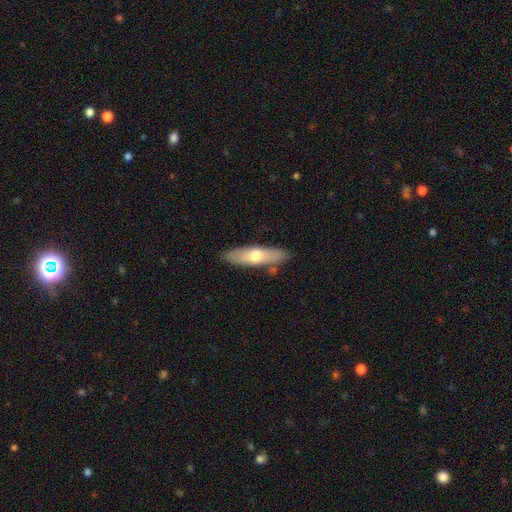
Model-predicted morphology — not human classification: A smooth galaxy with no disk features (58%) that is cigar-shaped (61%).

Vote fractions:
- Smooth or featured? smooth: 58% / featured or disk: 37% / star or artifact: 5%
- How rounded? cigar-shaped: 61% / in between: 37% / round: 2%
- Merging? none: 82% / minor disturbance: 11% / merger: 4% / major disturbance: 2%